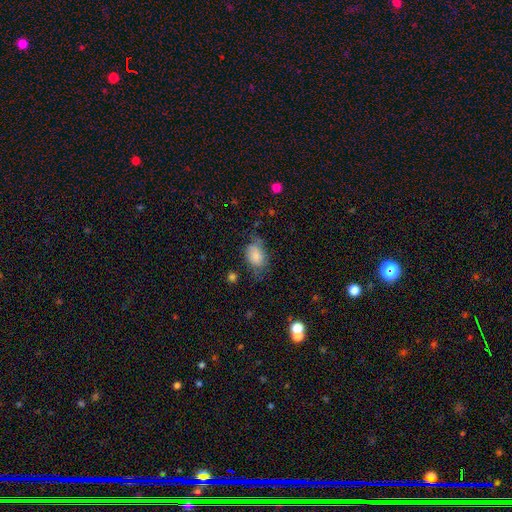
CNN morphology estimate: Smooth or featured: smooth — 76% (featured or disk — 16%)
How rounded: in between — 85% (round — 13%)
Merging: none — 48% (minor disturbance — 33%)